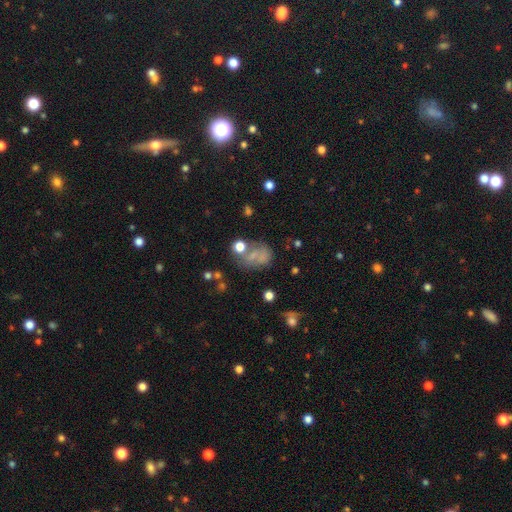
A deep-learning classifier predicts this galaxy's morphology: A smooth galaxy with no disk features (52%) that is in between round and cigar-shaped (60%).

Vote fractions:
- Smooth or featured? smooth: 52% / featured or disk: 25% / star or artifact: 23%
- How rounded? in between: 60% / round: 38% / cigar-shaped: 2%
- Merging? none: 40% / minor disturbance: 22% / major disturbance: 19% / merger: 19%